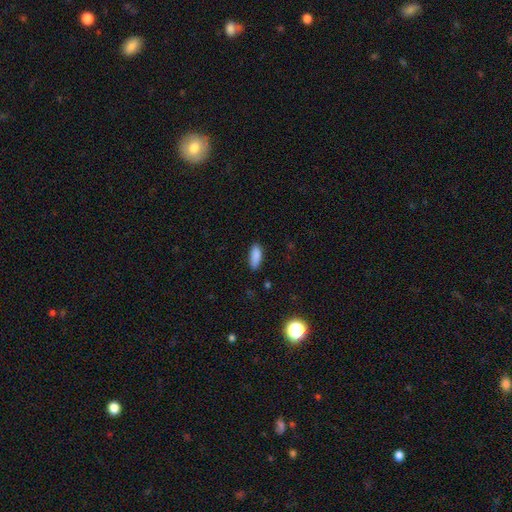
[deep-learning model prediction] Overall: smooth (88%). How rounded: in between (73%). Merging: none (82%).